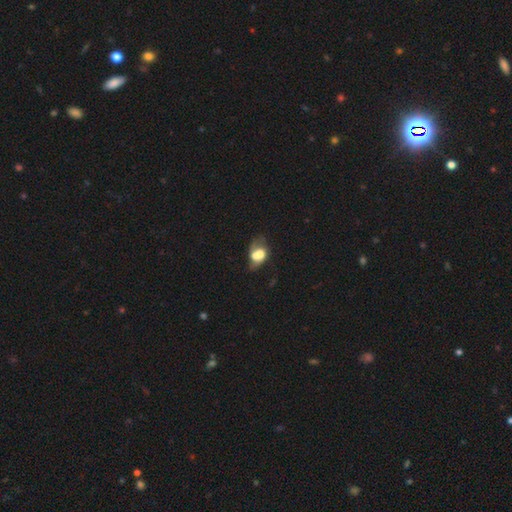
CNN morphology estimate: smooth-or-featured: smooth: 55% | featured or disk: 34% | star or artifact: 11%
  how-rounded: in between: 72% | round: 27% | cigar-shaped: 2%
  merging: merger: 41% | none: 22% | major disturbance: 19% | minor disturbance: 18%